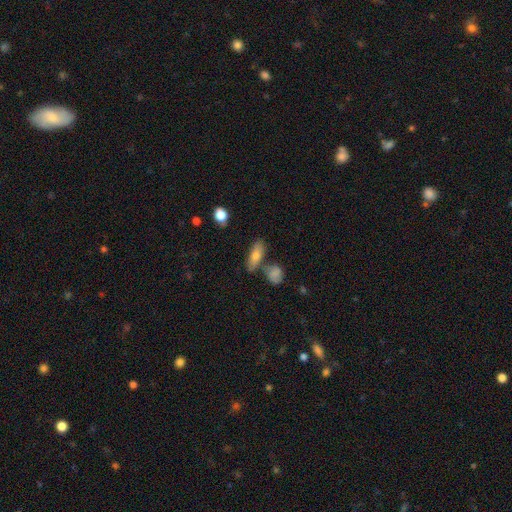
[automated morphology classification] Smooth or featured?
  - smooth: 71% *
  - featured or disk: 21%
  - star or artifact: 8%
How rounded?
  - in between: 66% *
  - cigar-shaped: 30%
  - round: 4%
Merging?
  - none: 64% *
  - minor disturbance: 16%
  - merger: 15%
  - major disturbance: 5%